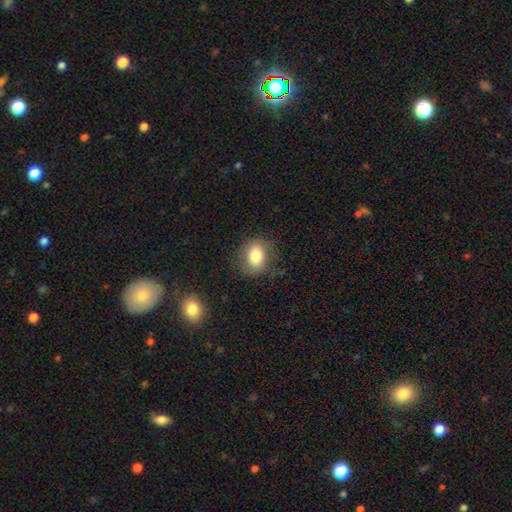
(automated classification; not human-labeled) smooth-or-featured: smooth: 80% | featured or disk: 11% | star or artifact: 9%
  how-rounded: in between: 59% | round: 39% | cigar-shaped: 1%
  merging: none: 74% | minor disturbance: 18% | major disturbance: 7% | merger: 1%